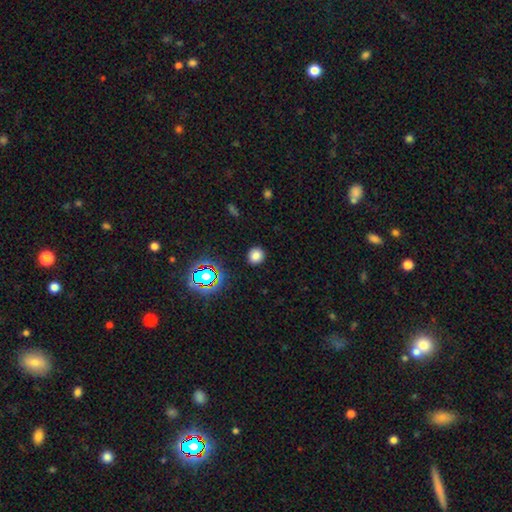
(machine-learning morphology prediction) Smooth or featured? Predicted: smooth (p=0.78). How rounded? Predicted: round (p=0.88). Merging? Predicted: none (p=0.90).